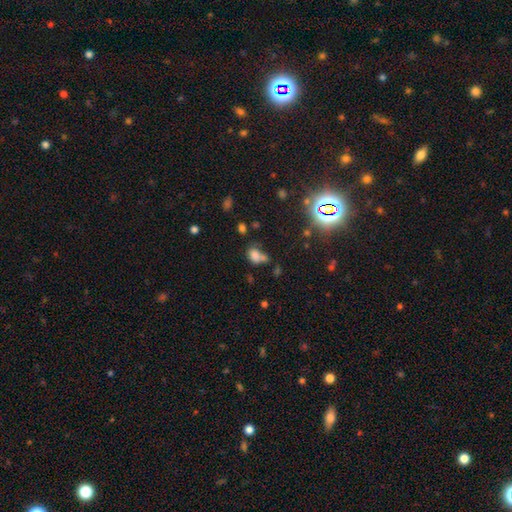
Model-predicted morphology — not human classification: Smooth or featured? smooth (70%)
How rounded? in between (71%)
Merging? none (34%, tied with merger)